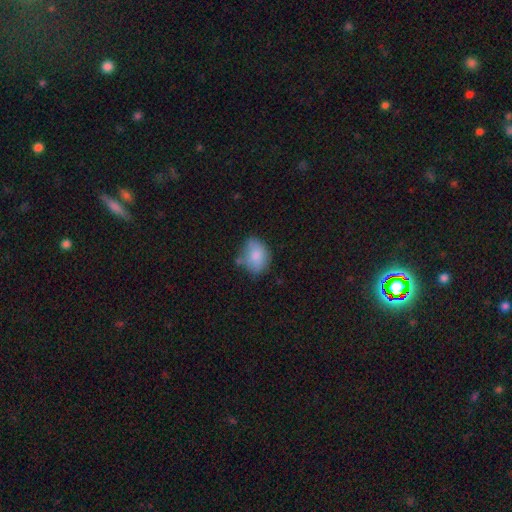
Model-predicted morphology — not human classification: A smooth galaxy with no disk features (80%) that is in between round and cigar-shaped (69%). Merging: none (53%).